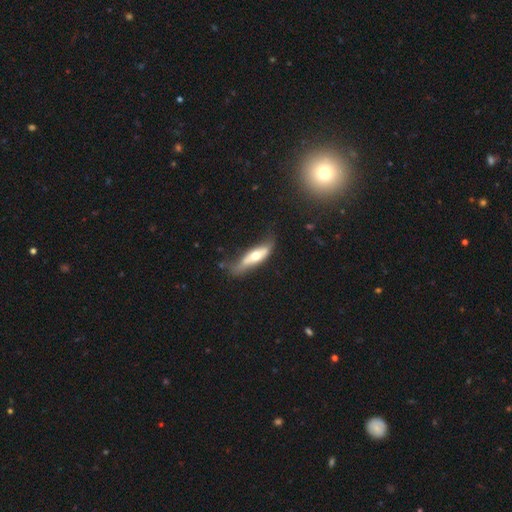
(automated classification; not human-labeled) The model was most divided on "smooth or featured": smooth: 49%, featured or disk: 45%, star or artifact: 6%. Remaining: merging — none (44%).